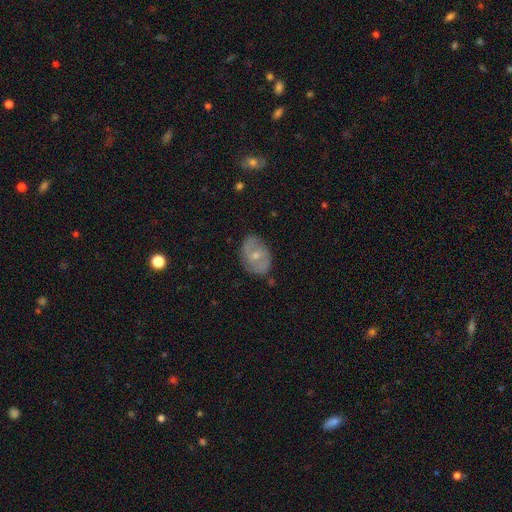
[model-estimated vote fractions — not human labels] Smooth or featured?
  - featured or disk: 55% *
  - smooth: 37%
  - star or artifact: 8%
Edge-on disk?
  - no: 95% *
  - yes: 5%
Bar?
  - no: 55% *
  - weak: 36%
  - strong: 9%
Spiral arms?
  - yes: 64% *
  - no: 36%
Bulge size?
  - small: 54% *
  - moderate: 43%
  - none: 2%
  - large: 1%
  - dominant: 1%
Merging?
  - none: 75% *
  - minor disturbance: 18%
  - major disturbance: 4%
  - merger: 2%